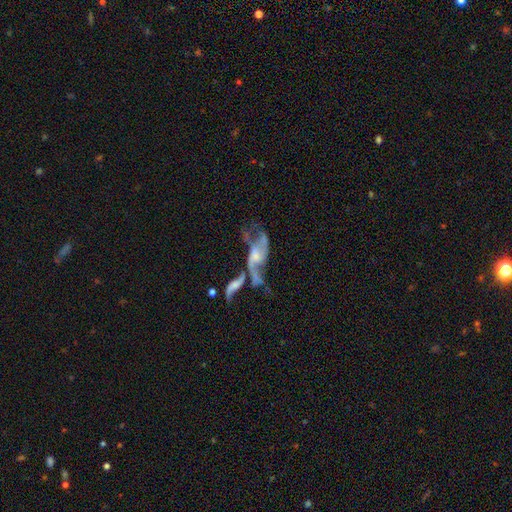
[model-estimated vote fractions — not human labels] Smooth or featured? featured or disk (75%)
Edge-on disk? no (90%)
Bar? no (61%)
Spiral arms? yes (75%)
Spiral winding? loose (63%)
Spiral arm count? 2 (66%)
Bulge size? small (37%)
Merging? merger (52%)